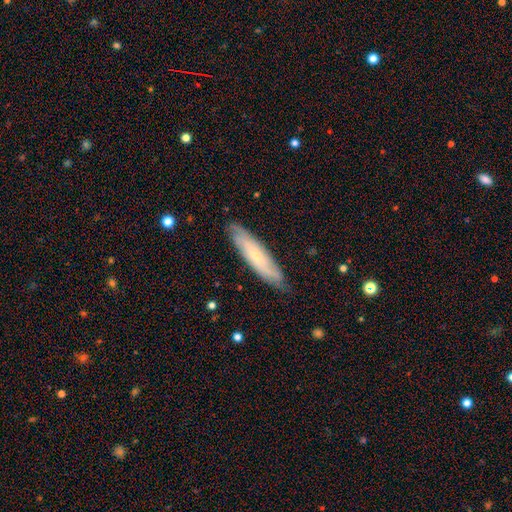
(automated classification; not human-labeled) Smooth or featured? featured or disk (52%)
Edge-on disk? no (56%)
Merging? none (83%)